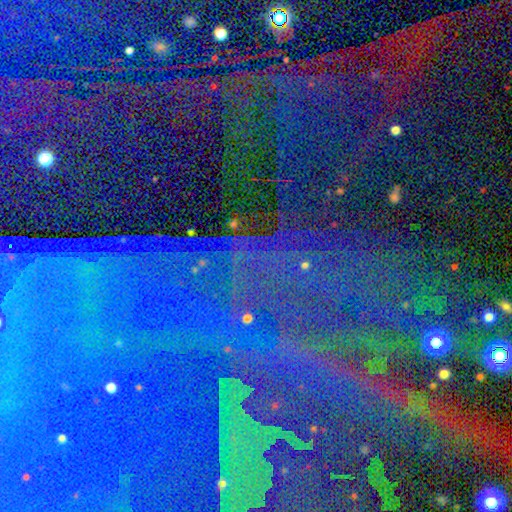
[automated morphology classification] smooth-or-featured: star or artifact: 87% | featured or disk: 7% | smooth: 6%